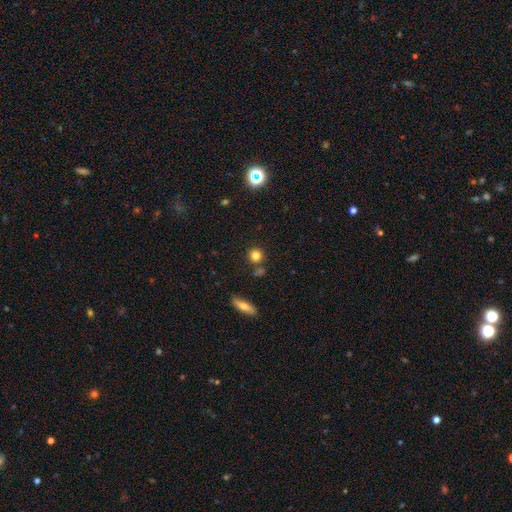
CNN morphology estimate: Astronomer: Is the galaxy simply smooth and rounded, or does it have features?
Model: smooth — 79%.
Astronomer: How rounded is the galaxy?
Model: round — 90%.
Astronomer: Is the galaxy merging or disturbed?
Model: none — 79%.